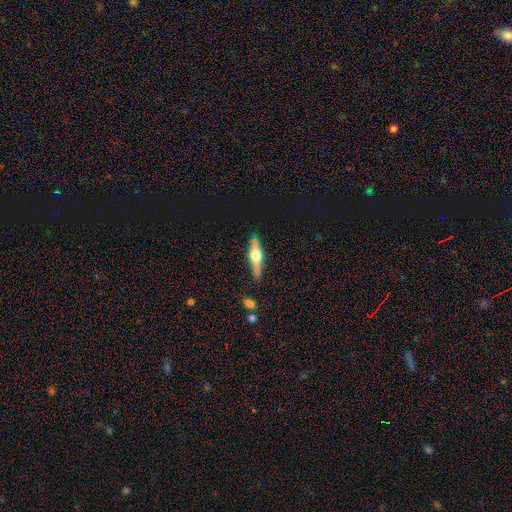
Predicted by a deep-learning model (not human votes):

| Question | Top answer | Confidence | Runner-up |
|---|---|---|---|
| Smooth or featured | featured or disk | 62% | smooth (32%) |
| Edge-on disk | yes | 95% | no (5%) |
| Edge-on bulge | rounded | 94% | boxy (4%) |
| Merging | none | 86% | minor disturbance (10%) |